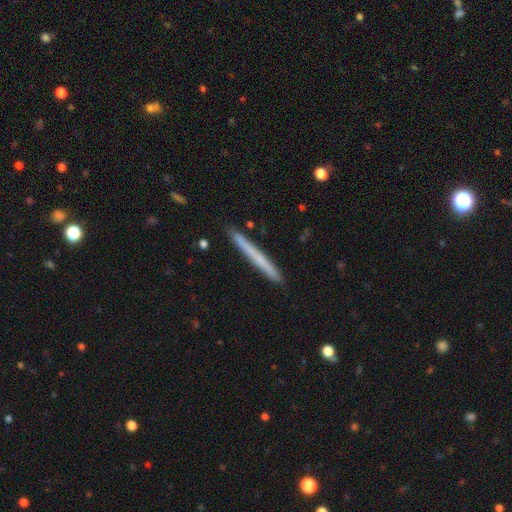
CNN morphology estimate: The model was most divided on "smooth or featured": smooth: 56%, featured or disk: 38%, star or artifact: 6%. More confident: how rounded — cigar-shaped (97%); merging — none (90%).